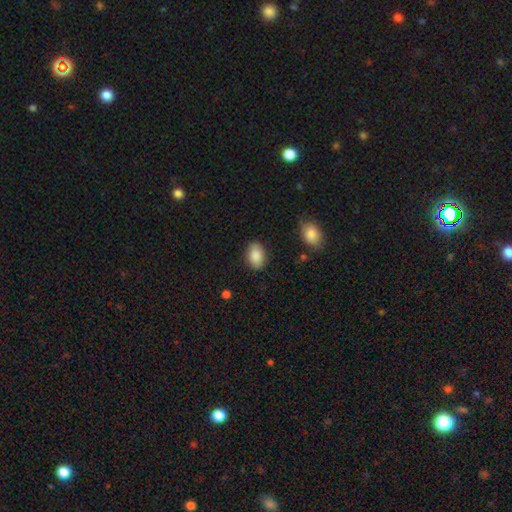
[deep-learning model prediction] The model was most divided on "how rounded": in between: 86%, round: 13%, cigar-shaped: 1%. More confident: smooth or featured — smooth (89%); merging — none (84%).